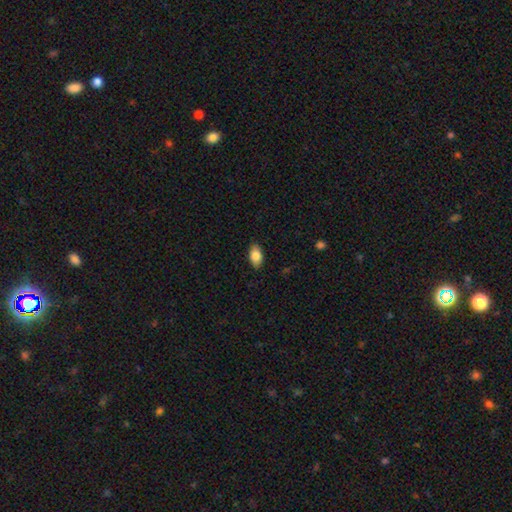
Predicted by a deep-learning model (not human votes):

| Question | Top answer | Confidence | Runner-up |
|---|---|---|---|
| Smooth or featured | smooth | 83% | featured or disk (10%) |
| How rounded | in between | 91% | round (6%) |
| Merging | none | 87% | minor disturbance (10%) |